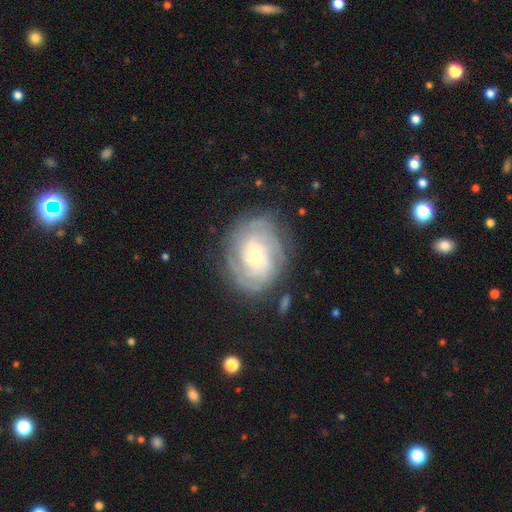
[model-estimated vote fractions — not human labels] A featured or disk galaxy (81%) with no bar (69%), tight (70%) spiral arms (94%) and a small central bulge (61%). Merging: none (77%).